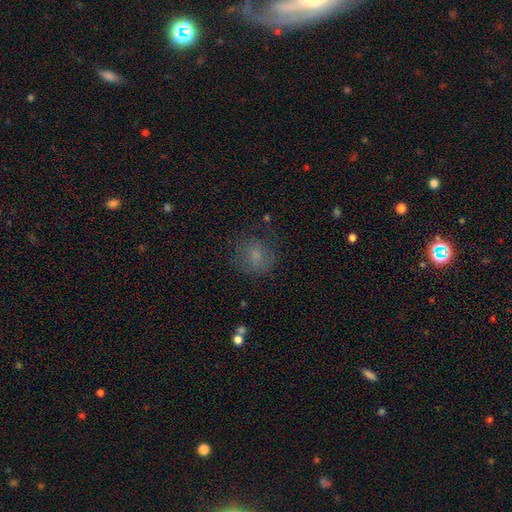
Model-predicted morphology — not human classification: A smooth galaxy with no disk features (67%) that is round (76%).

Vote fractions:
- Smooth or featured? smooth: 67% / featured or disk: 18% / star or artifact: 15%
- How rounded? round: 76% / in between: 23% / cigar-shaped: 1%
- Merging? none: 69% / minor disturbance: 18% / major disturbance: 11% / merger: 2%